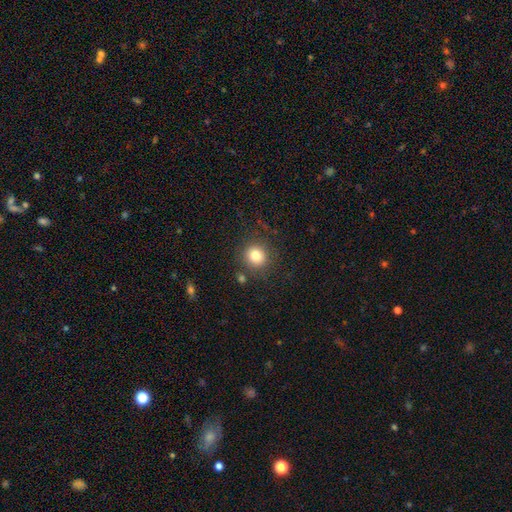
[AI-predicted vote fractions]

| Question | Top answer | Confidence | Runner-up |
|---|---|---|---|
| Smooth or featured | smooth | 80% | star or artifact (12%) |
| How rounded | round | 91% | in between (8%) |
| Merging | none | 84% | minor disturbance (8%) |